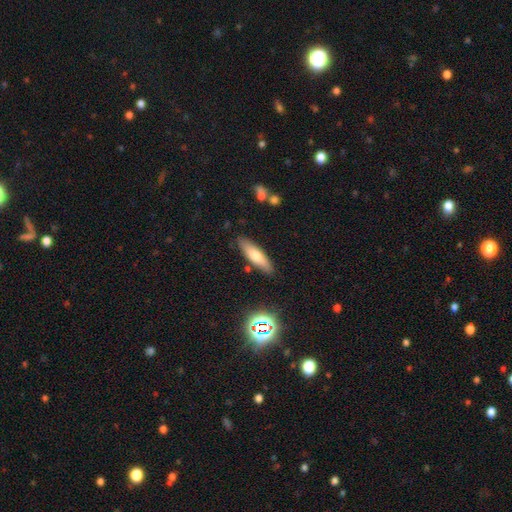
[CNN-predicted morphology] smooth 63%, featured or disk 28%, star or artifact 9%. Down the decision tree: how rounded — cigar-shaped (60%); merging — none (84%).